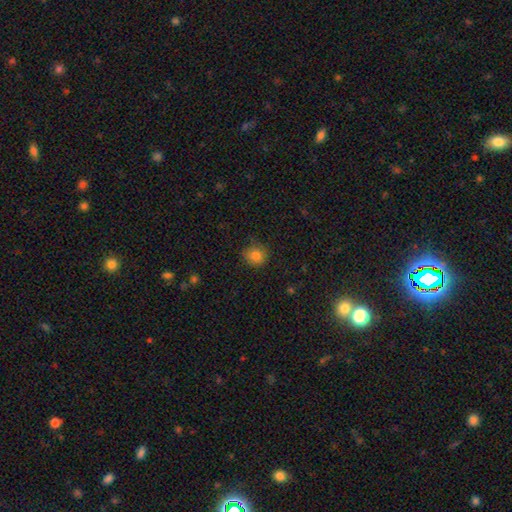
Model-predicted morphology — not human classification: Smooth or featured?
  - smooth: 82% *
  - star or artifact: 12%
  - featured or disk: 6%
How rounded?
  - round: 86% *
  - in between: 13%
  - cigar-shaped: 1%
Merging?
  - none: 81% *
  - minor disturbance: 15%
  - major disturbance: 3%
  - merger: 1%